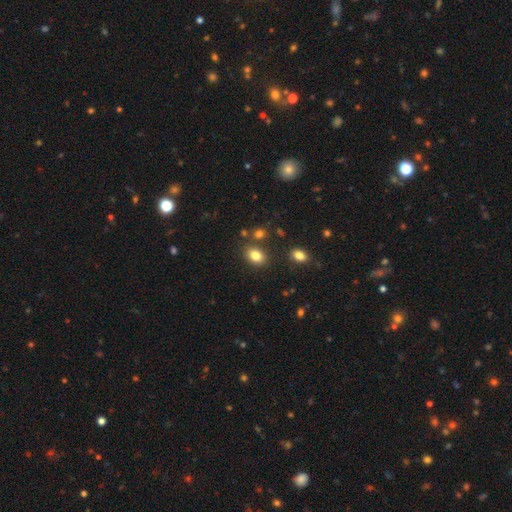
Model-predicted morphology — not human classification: type=smooth (83%); roundness=in between (76%); merging=none (80%).